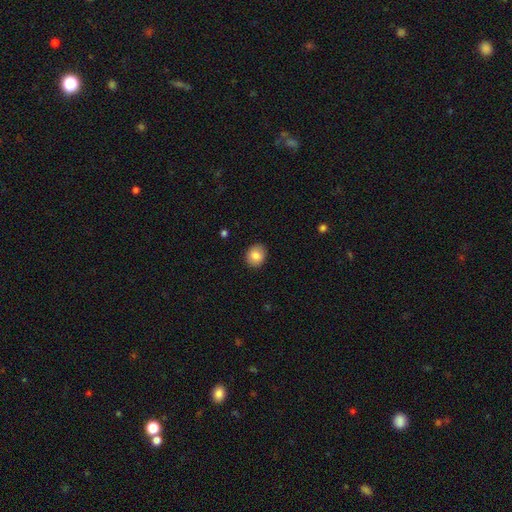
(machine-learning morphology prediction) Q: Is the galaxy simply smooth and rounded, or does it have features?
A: smooth — 83%.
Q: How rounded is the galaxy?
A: round — 70%.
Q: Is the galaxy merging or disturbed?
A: none — 90%.